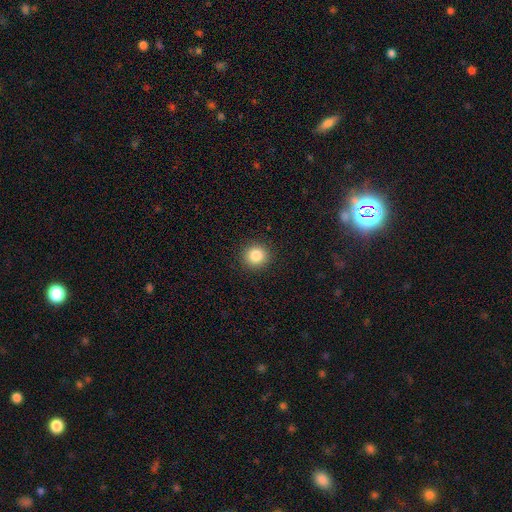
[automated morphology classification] Overall: smooth (85%). How rounded: round (93%). Merging: none (91%).